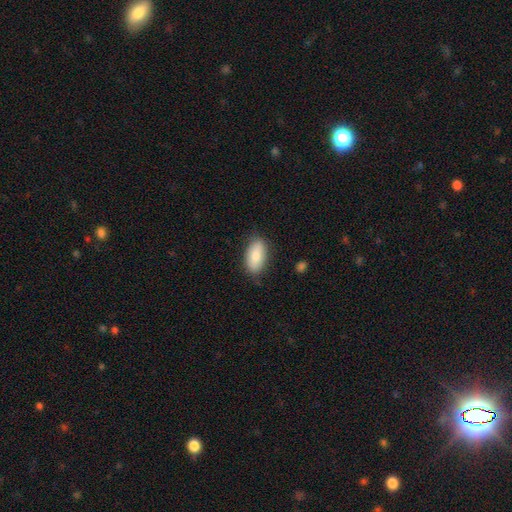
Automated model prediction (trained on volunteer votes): smooth_or_featured: smooth (p=0.80) [alt: featured or disk p=0.14]
how_rounded: in between (p=0.91) [alt: cigar-shaped p=0.06]
merging: none (p=0.82) [alt: minor disturbance p=0.14]